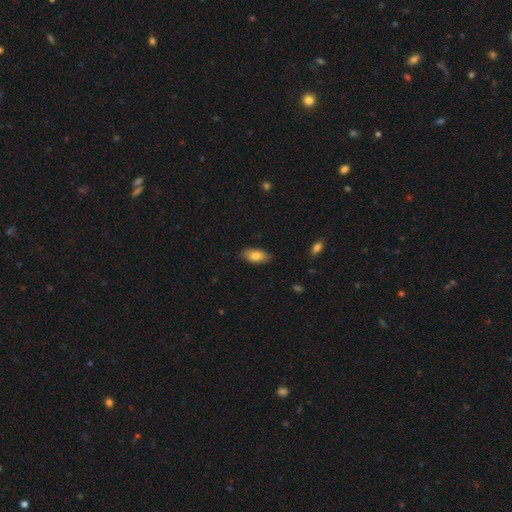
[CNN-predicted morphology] smooth_or_featured: smooth (p=0.81) [alt: featured or disk p=0.13]
how_rounded: in between (p=0.89) [alt: cigar-shaped p=0.08]
merging: none (p=0.86) [alt: minor disturbance p=0.11]